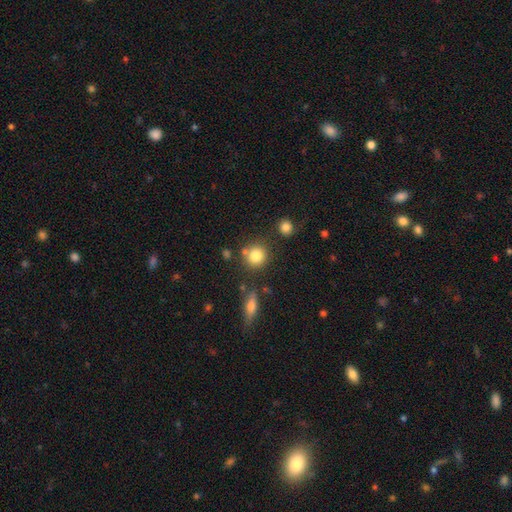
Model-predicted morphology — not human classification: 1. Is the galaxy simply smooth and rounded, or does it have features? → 81% smooth, 11% star or artifact, 8% featured or disk.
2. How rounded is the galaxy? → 87% round, 11% in between, 1% cigar-shaped.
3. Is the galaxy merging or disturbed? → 73% none, 12% merger, 11% minor disturbance, 4% major disturbance.